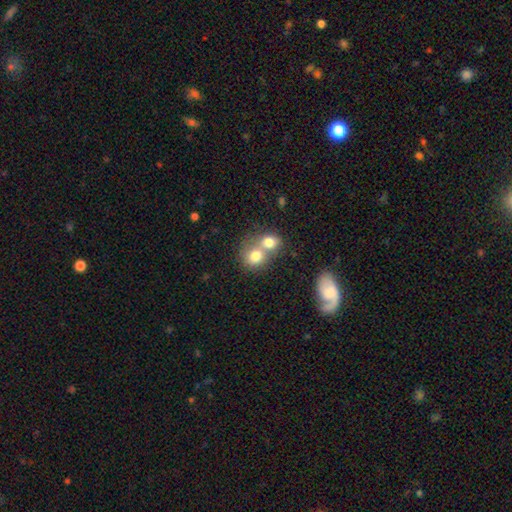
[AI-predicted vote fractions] smooth_or_featured: smooth (p=0.75) [alt: featured or disk p=0.15]
how_rounded: round (p=0.70) [alt: in between p=0.29]
merging: merger (p=0.65) [alt: none p=0.26]